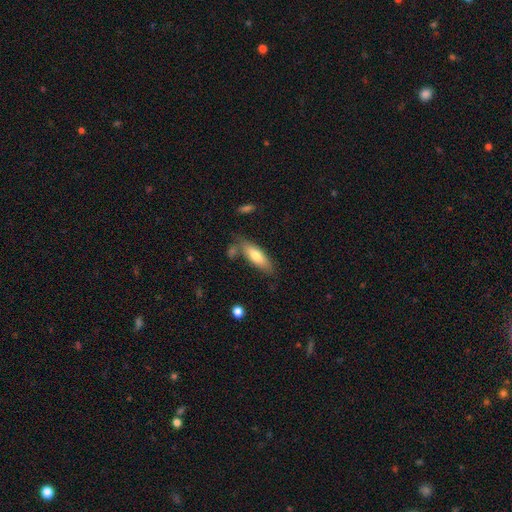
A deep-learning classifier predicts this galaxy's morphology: This is likely a smooth galaxy (70%). How rounded: possibly in between (52%). Merging: likely none (70%).